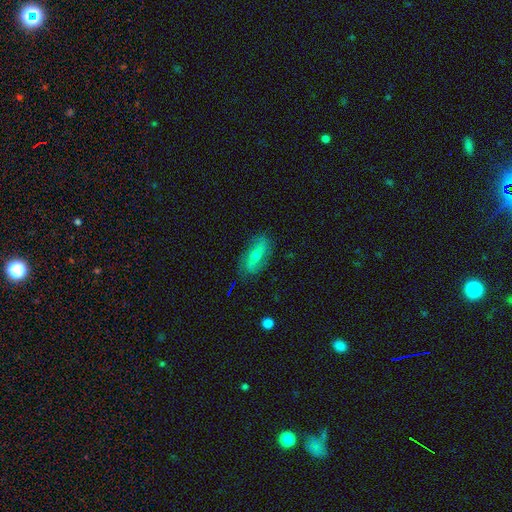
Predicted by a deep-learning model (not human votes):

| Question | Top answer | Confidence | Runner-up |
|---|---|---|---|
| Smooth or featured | featured or disk | 52% | smooth (40%) |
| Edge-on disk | no | 77% | yes (23%) |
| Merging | none | 78% | minor disturbance (16%) |